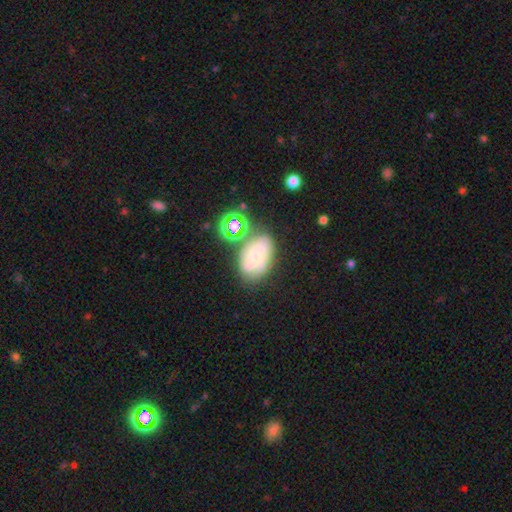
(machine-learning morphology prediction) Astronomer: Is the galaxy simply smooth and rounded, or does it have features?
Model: featured or disk — 49% (runner-up: smooth, 32%).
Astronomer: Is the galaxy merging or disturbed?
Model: none — 57%.